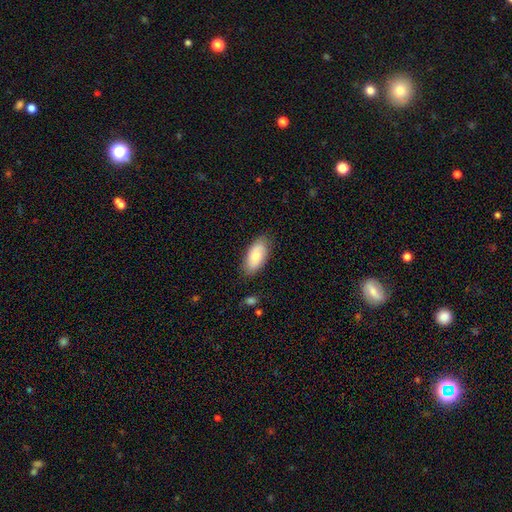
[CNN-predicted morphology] Q: Smooth or featured?
A: smooth (73%); runner-up: featured or disk (20%)
Q: How rounded?
A: in between (92%); runner-up: cigar-shaped (5%)
Q: Merging?
A: none (81%); runner-up: minor disturbance (14%)